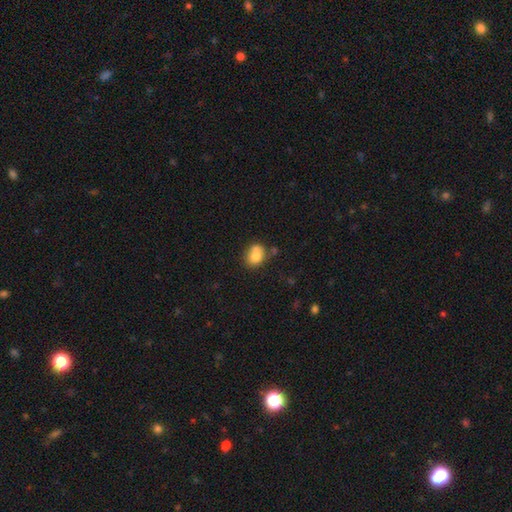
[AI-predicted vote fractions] This is likely a smooth galaxy (77%). How rounded: possibly round (51%). Merging: possibly none (46%).